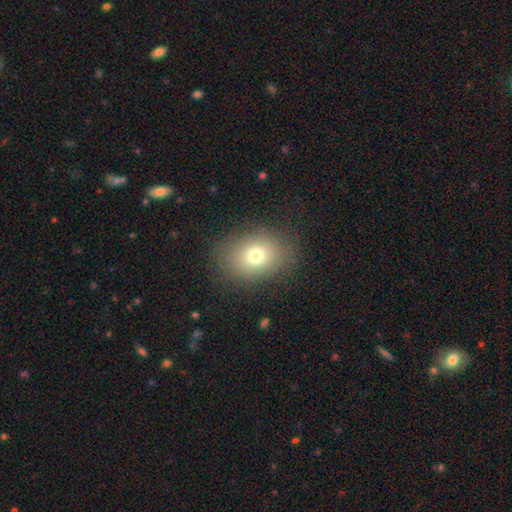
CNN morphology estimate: Smooth or featured: smooth — 74% (star or artifact — 13%)
How rounded: in between — 59% (round — 40%)
Merging: none — 84% (minor disturbance — 10%)